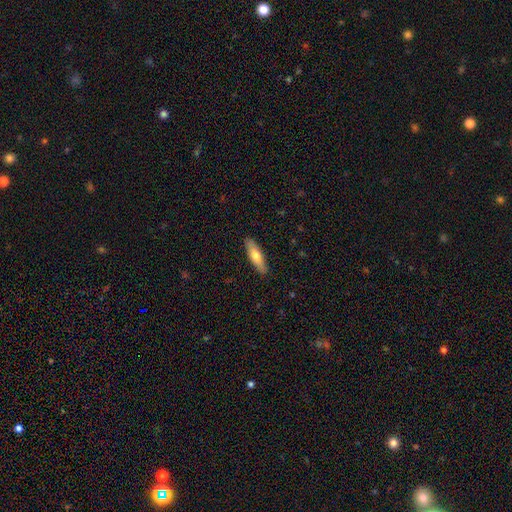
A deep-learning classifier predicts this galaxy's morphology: Smooth or featured? Predicted: smooth (p=0.67). How rounded? Predicted: cigar-shaped (p=0.61). Merging? Predicted: none (p=0.89).